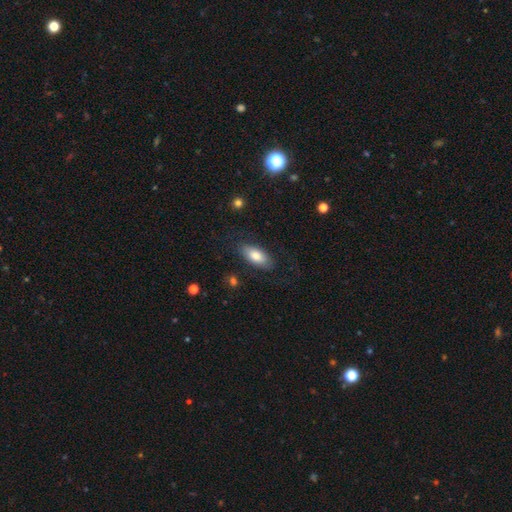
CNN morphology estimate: This appears to be a smooth galaxy with no disk features (78%) that is in between round and cigar-shaped (89%). Merging: none (81%).